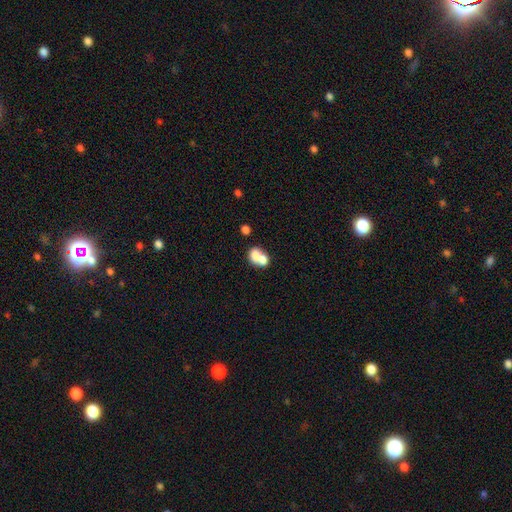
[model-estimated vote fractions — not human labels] Smooth or featured? Predicted: smooth (p=0.70). How rounded? Predicted: in between (p=0.53). Merging? Predicted: merger (p=0.67).